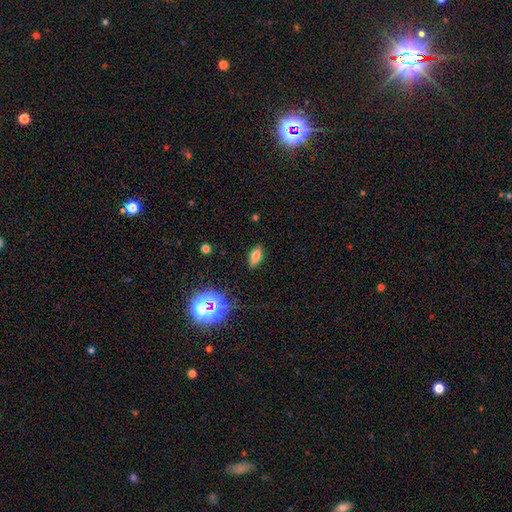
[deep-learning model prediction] Smooth or featured: smooth — 72% (star or artifact — 16%)
How rounded: in between — 84% (cigar-shaped — 11%)
Merging: none — 83% (minor disturbance — 12%)